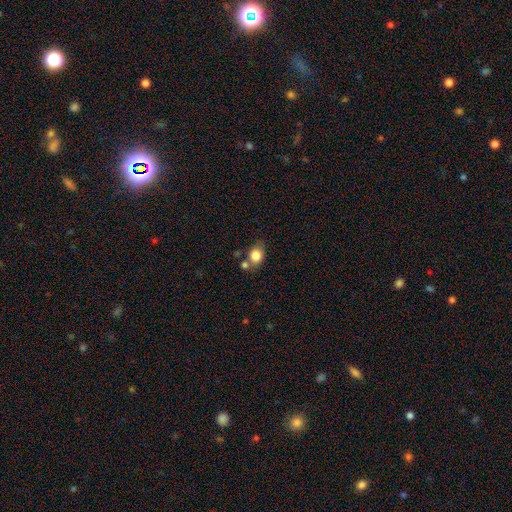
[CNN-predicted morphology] This appears to be a smooth galaxy with no disk features (81%) that is round (50%). Merging: none (56%).